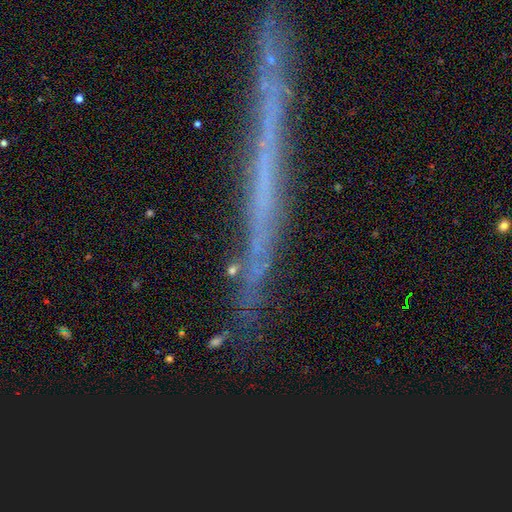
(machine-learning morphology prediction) This is possibly a featured or disk galaxy (53%). It is clearly viewed edge-on (90%). Merging: clearly none (81%).